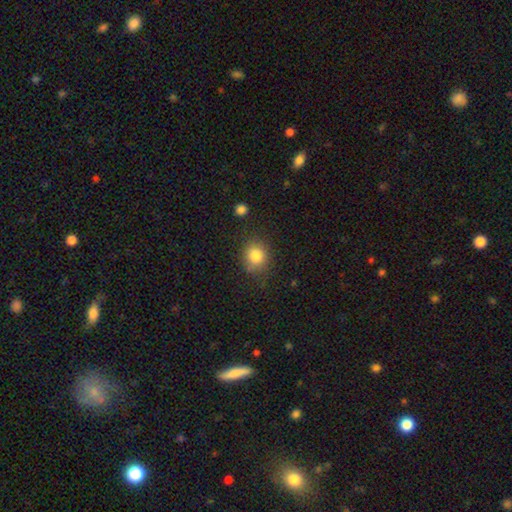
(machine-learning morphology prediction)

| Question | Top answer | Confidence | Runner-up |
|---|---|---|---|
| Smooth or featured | smooth | 83% | star or artifact (10%) |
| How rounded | round | 73% | in between (27%) |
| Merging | none | 79% | minor disturbance (14%) |